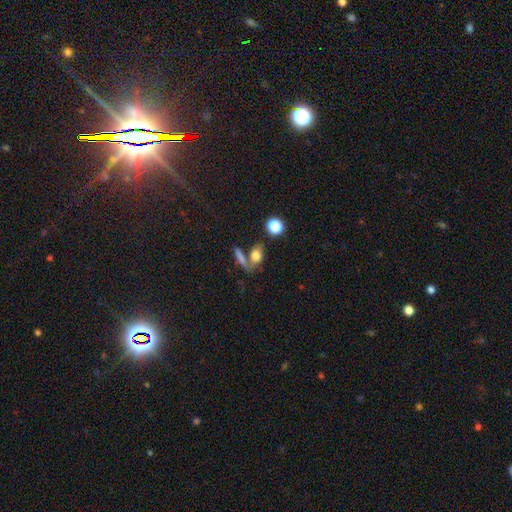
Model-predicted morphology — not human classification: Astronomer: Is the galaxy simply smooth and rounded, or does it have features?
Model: smooth — 72%.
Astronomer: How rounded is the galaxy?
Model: in between — 65%.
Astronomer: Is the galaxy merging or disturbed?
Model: none — 49% (runner-up: merger, 30%).